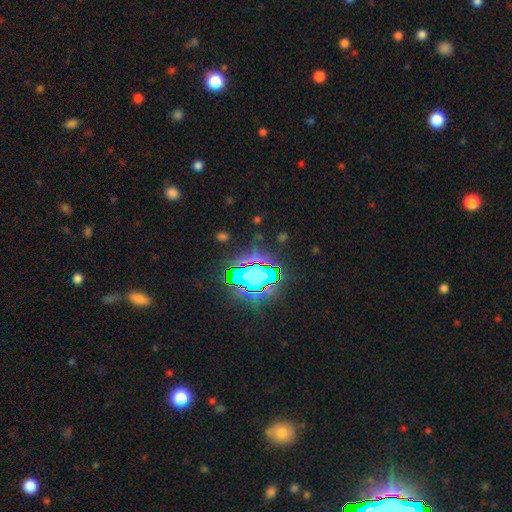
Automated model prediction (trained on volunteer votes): Smooth or featured? star or artifact (66%)